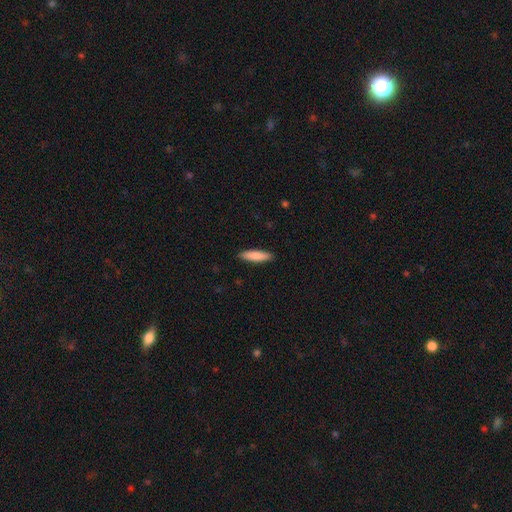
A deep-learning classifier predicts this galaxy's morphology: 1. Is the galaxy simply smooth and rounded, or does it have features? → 86% smooth, 9% featured or disk, 5% star or artifact.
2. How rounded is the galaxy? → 72% cigar-shaped, 26% in between, 1% round.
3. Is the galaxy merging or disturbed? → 90% none, 8% minor disturbance, 2% major disturbance, 1% merger.